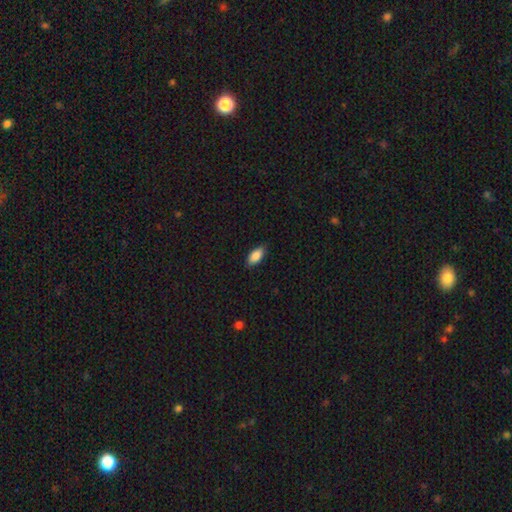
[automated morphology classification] smooth 88%, star or artifact 7%, featured or disk 6%. Down the decision tree: how rounded — in between (90%); merging — none (83%).